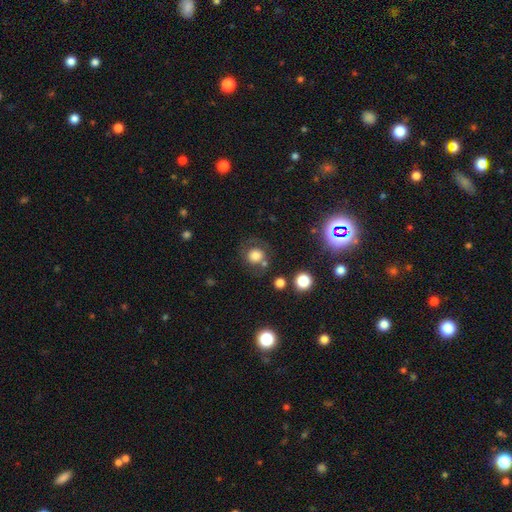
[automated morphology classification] smooth_or_featured: smooth (p=0.71) [alt: featured or disk p=0.16]
how_rounded: round (p=0.84) [alt: in between p=0.15]
merging: none (p=0.63) [alt: minor disturbance p=0.15]